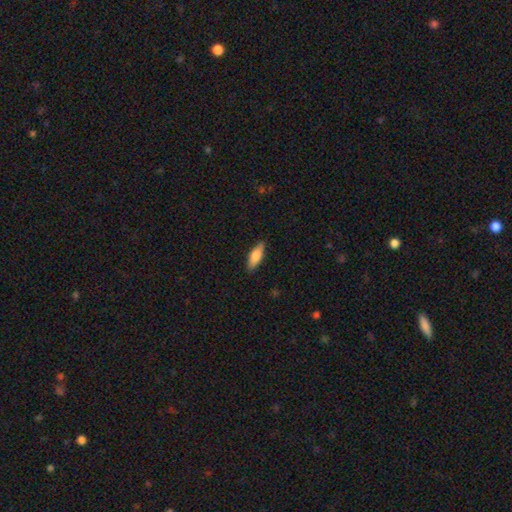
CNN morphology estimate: Smooth or featured? smooth (79%)
How rounded? in between (65%)
Merging? none (85%)